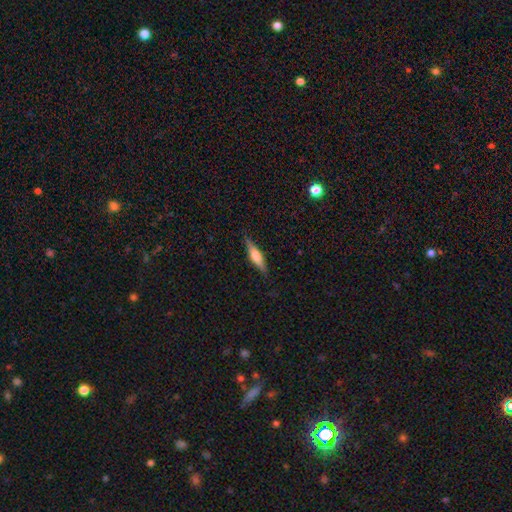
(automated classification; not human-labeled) smooth_or_featured: featured or disk (p=0.49) [alt: smooth p=0.45]
merging: none (p=0.87) [alt: minor disturbance p=0.10]